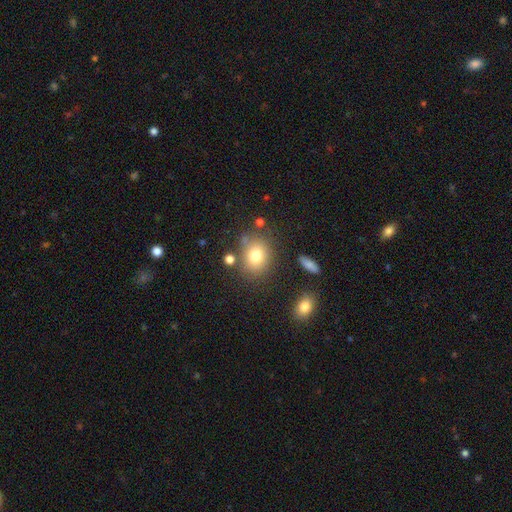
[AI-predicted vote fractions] Overall: smooth (77%). How rounded: round (63%; in between 36%). Merging: none (74%).